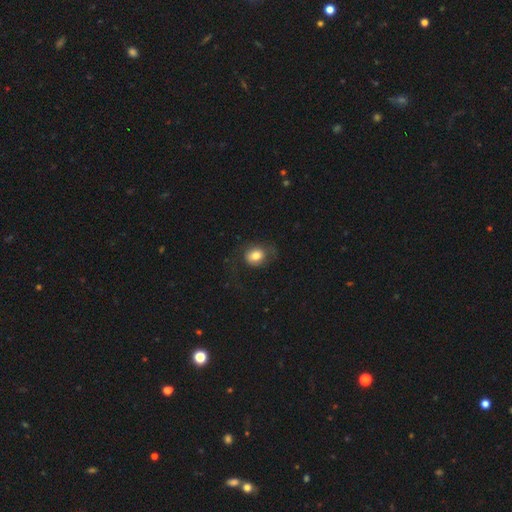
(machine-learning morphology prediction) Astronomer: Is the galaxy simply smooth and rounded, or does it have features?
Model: smooth — 78%.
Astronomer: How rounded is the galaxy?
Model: round — 55% (runner-up: in between, 44%).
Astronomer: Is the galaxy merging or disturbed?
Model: none — 60%.